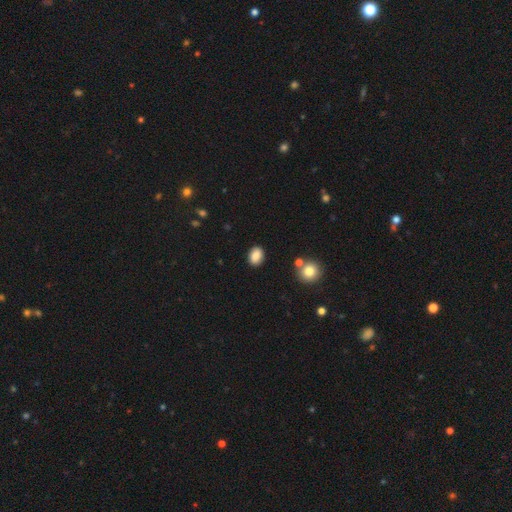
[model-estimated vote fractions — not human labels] Morphology: type=smooth (87%); roundness=in between (73%); merging=none (87%).